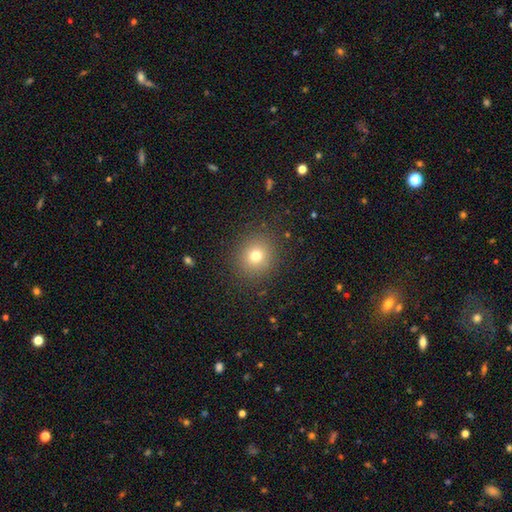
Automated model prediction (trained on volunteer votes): Morphology: type=smooth (74%); roundness=round (87%); merging=none (88%).